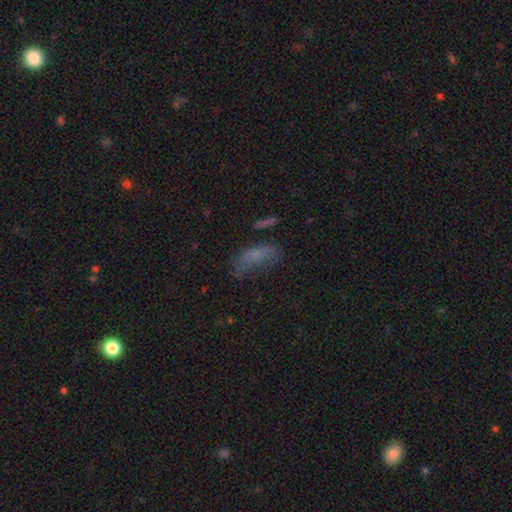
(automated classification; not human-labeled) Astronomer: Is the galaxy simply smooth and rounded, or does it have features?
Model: smooth — 66%.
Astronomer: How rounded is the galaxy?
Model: in between — 70%.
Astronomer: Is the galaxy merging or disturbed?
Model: none — 42% (runner-up: minor disturbance, 28%).